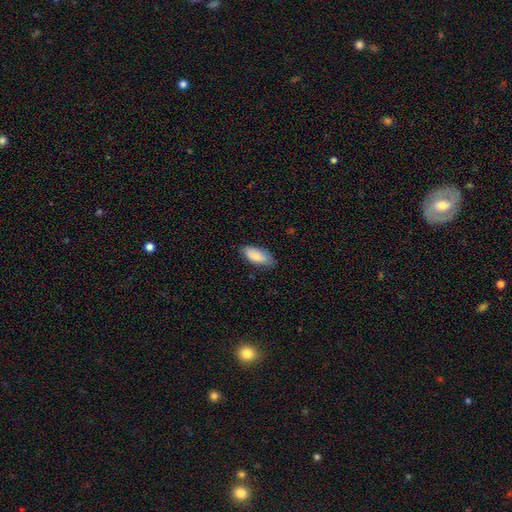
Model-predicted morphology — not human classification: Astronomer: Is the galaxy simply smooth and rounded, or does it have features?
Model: smooth — 84%.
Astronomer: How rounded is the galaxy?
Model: in between — 87%.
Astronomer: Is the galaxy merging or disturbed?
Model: none — 74%.